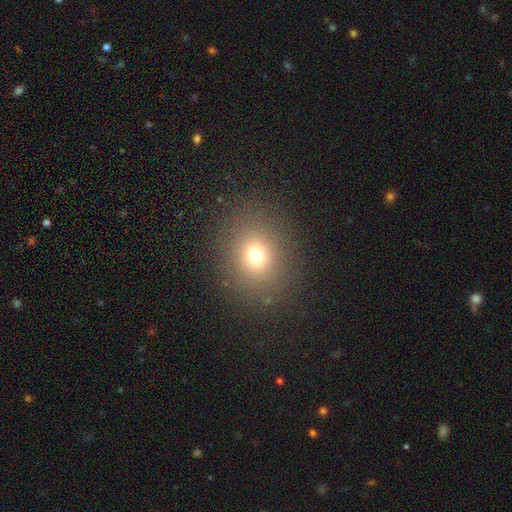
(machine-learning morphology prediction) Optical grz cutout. It shows a smooth galaxy with no disk features (70%) that is round (73%). Merging: none (86%).